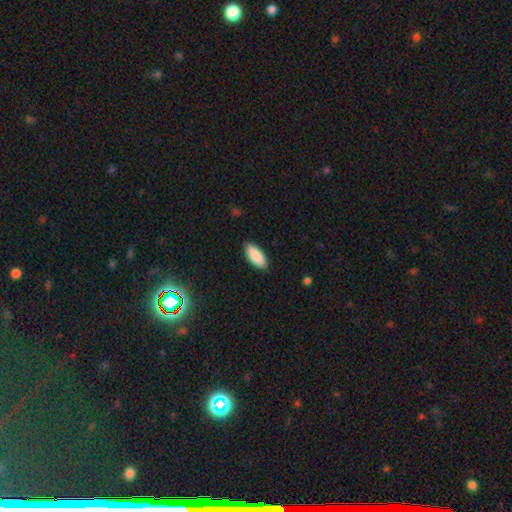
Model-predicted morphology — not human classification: smooth 90%, star or artifact 6%, featured or disk 5%. Down the decision tree: how rounded — in between (86%); merging — none (89%).